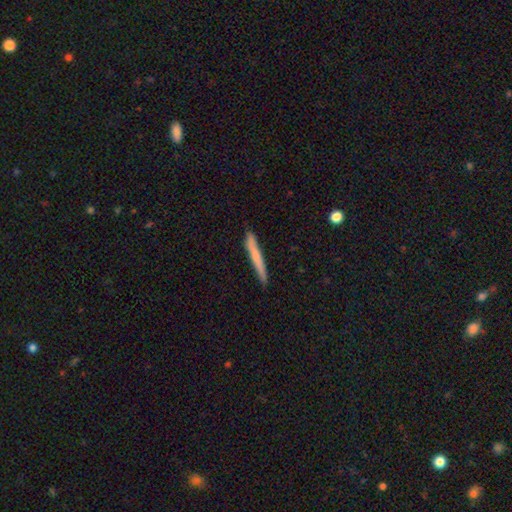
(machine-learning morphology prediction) Smooth or featured? smooth (63%)
How rounded? cigar-shaped (96%)
Merging? none (85%)